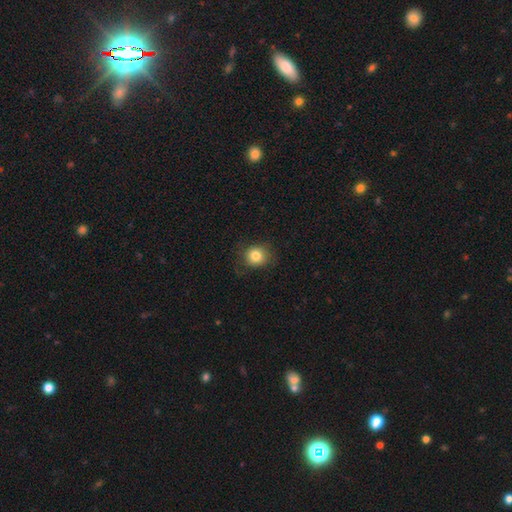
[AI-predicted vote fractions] Smooth or featured? Predicted: smooth (p=0.82). How rounded? Predicted: round (p=0.80). Merging? Predicted: none (p=0.78).